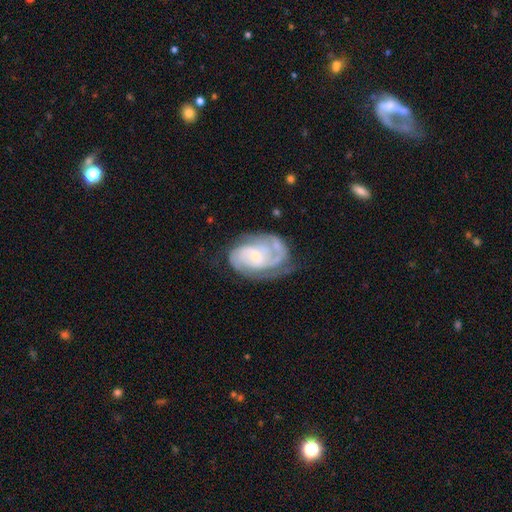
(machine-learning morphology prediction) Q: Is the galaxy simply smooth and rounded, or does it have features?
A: featured or disk — 84%.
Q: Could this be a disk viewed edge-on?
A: no — 98%.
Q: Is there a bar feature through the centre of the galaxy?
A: no — 58%.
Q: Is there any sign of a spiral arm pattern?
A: yes — 95%.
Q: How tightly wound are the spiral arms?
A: tight — 52%.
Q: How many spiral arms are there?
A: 2 — 50%.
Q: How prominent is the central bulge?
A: small — 69%.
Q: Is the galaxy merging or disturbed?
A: none — 54%.